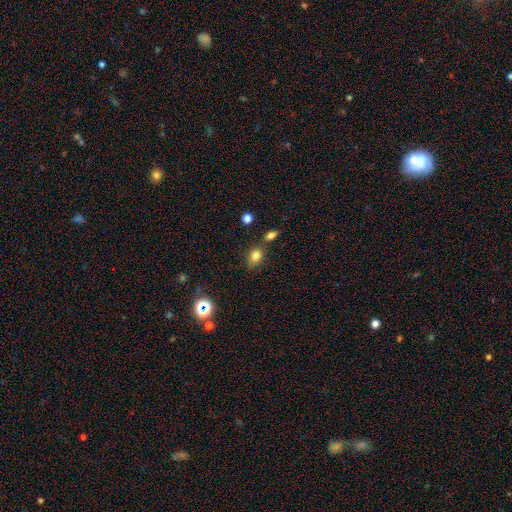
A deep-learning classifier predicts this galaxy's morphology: smooth_or_featured: smooth (p=0.80) [alt: star or artifact p=0.12]
how_rounded: in between (p=0.62) [alt: round p=0.37]
merging: none (p=0.69) [alt: minor disturbance p=0.15]